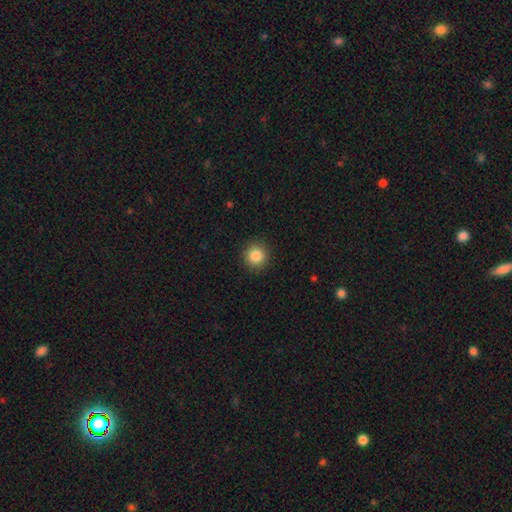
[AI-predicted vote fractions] Smooth or featured?
  - smooth: 85% *
  - star or artifact: 10%
  - featured or disk: 5%
How rounded?
  - round: 94% *
  - in between: 5%
  - cigar-shaped: 1%
Merging?
  - none: 92% *
  - minor disturbance: 5%
  - major disturbance: 2%
  - merger: 1%